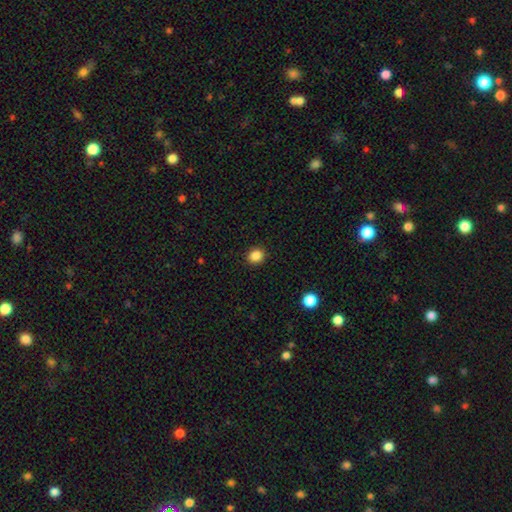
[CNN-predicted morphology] smooth 86%, star or artifact 11%, featured or disk 3%. Down the decision tree: how rounded — round (81%); merging — none (92%).